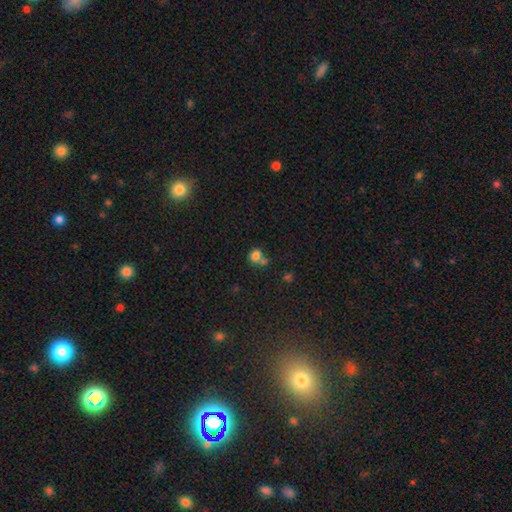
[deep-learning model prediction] The model was most divided on "merging": merger: 43%, none: 41%, minor disturbance: 11%, major disturbance: 5%. More confident: smooth or featured — smooth (78%); how rounded — round (61%).